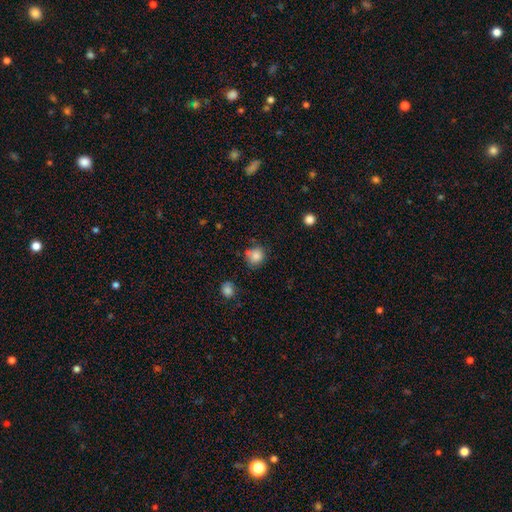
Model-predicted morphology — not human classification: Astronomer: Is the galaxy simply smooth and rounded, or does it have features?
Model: smooth — 83%.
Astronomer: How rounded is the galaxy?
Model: round — 83%.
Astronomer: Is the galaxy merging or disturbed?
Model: none — 66%.